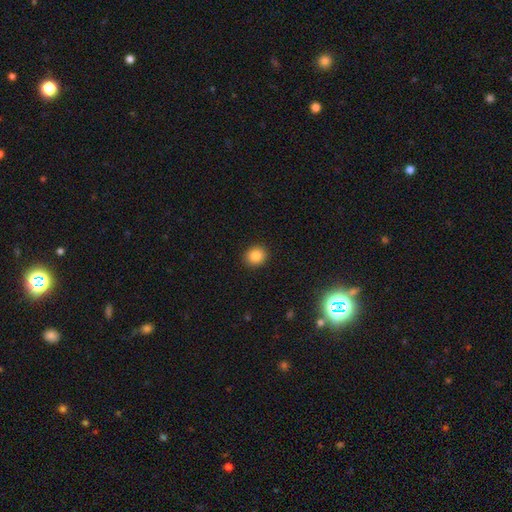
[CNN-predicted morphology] Smooth or featured? Predicted: smooth (p=0.86). How rounded? Predicted: round (p=0.75). Merging? Predicted: none (p=0.91).